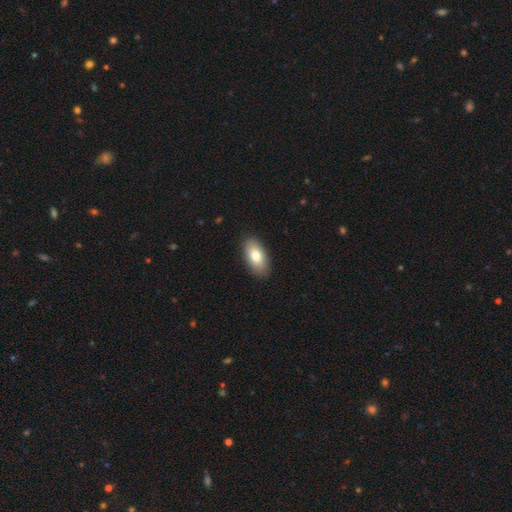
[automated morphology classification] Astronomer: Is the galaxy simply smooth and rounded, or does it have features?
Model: smooth — 78%.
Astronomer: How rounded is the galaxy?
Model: in between — 92%.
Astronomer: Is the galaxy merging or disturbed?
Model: none — 88%.